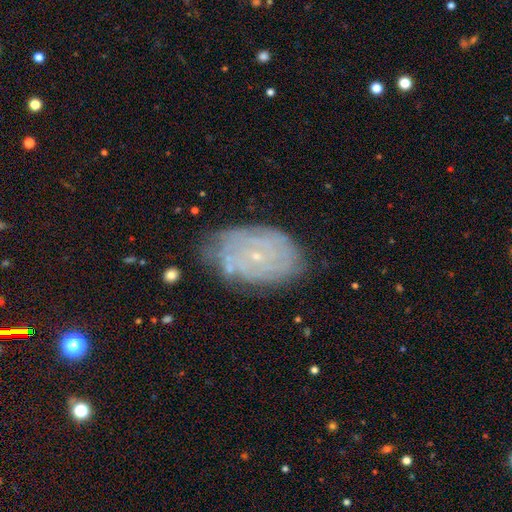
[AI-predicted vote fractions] This appears to be a featured or disk galaxy (73%) with no bar (79%), tight (77%) spiral arms (87%) and a small central bulge (86%). Merging: none (71%).